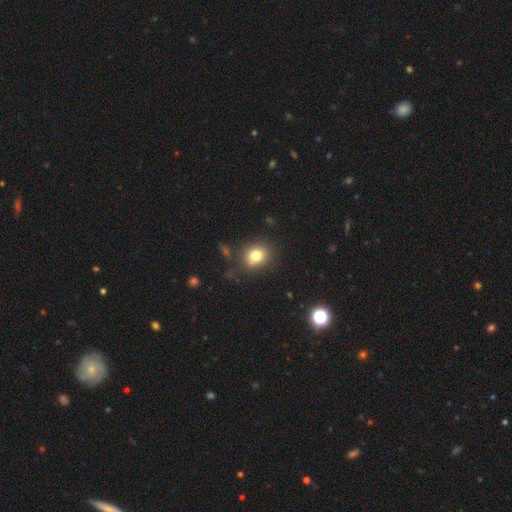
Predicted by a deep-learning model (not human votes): smooth 78%, star or artifact 12%, featured or disk 10%. Down the decision tree: how rounded — round (68%); merging — none (76%).